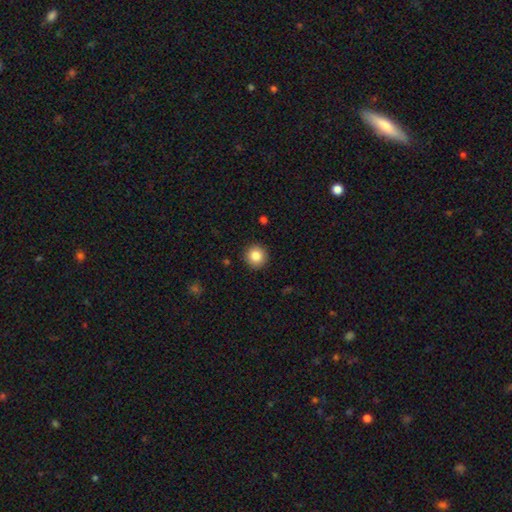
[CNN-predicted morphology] Overall: smooth (85%). How rounded: round (95%). Merging: none (92%).